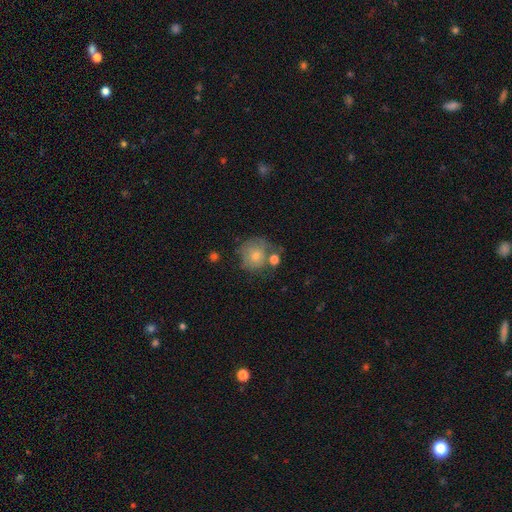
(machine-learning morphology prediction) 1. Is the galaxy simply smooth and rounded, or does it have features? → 71% smooth, 20% featured or disk, 8% star or artifact.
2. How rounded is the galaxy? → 86% round, 13% in between, 1% cigar-shaped.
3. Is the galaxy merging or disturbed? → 49% none, 22% minor disturbance, 19% merger, 11% major disturbance.